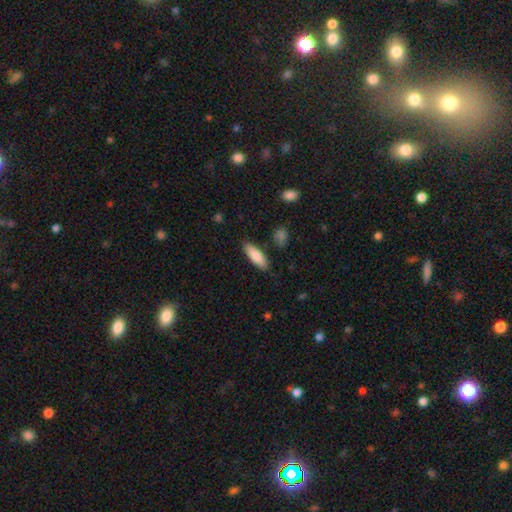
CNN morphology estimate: A smooth galaxy with no disk features (85%) that is in between round and cigar-shaped (58%).

Vote fractions:
- Smooth or featured? smooth: 85% / featured or disk: 9% / star or artifact: 6%
- How rounded? in between: 58% / cigar-shaped: 40% / round: 2%
- Merging? none: 85% / minor disturbance: 10% / major disturbance: 2% / merger: 2%